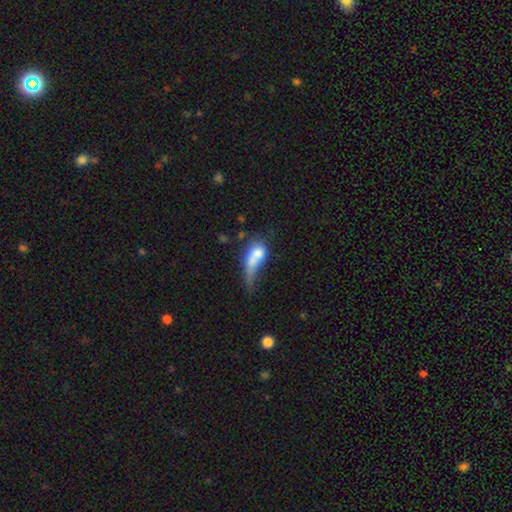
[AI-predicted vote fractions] A smooth galaxy with no disk features (64%) that is in between round and cigar-shaped (66%).

Vote fractions:
- Smooth or featured? smooth: 64% / featured or disk: 26% / star or artifact: 9%
- How rounded? in between: 66% / cigar-shaped: 18% / round: 16%
- Merging? major disturbance: 35% / merger: 34% / minor disturbance: 16% / none: 15%